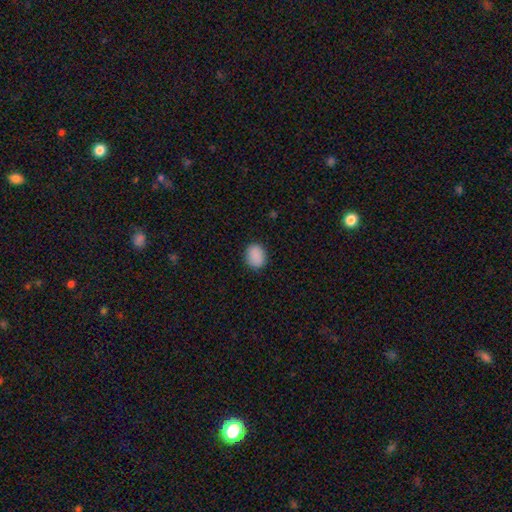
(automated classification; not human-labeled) smooth_or_featured: smooth (p=0.89) [alt: star or artifact p=0.08]
how_rounded: in between (p=0.59) [alt: round p=0.40]
merging: none (p=0.87) [alt: minor disturbance p=0.10]